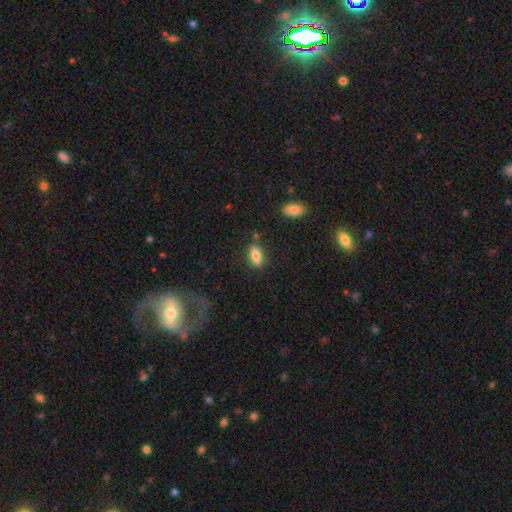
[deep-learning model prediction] smooth-or-featured: smooth: 77% | featured or disk: 15% | star or artifact: 8%
  how-rounded: in between: 73% | cigar-shaped: 23% | round: 4%
  merging: none: 80% | minor disturbance: 13% | merger: 4% | major disturbance: 4%